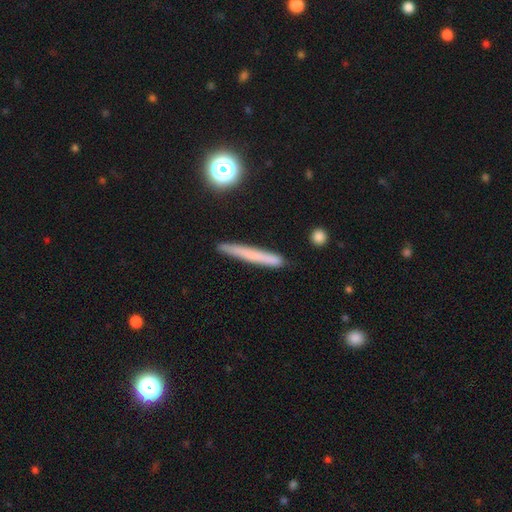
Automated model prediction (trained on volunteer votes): Smooth or featured?
  - smooth: 61% *
  - featured or disk: 30%
  - star or artifact: 9%
How rounded?
  - cigar-shaped: 96% *
  - in between: 2%
  - round: 2%
Merging?
  - none: 88% *
  - minor disturbance: 9%
  - major disturbance: 2%
  - merger: 2%